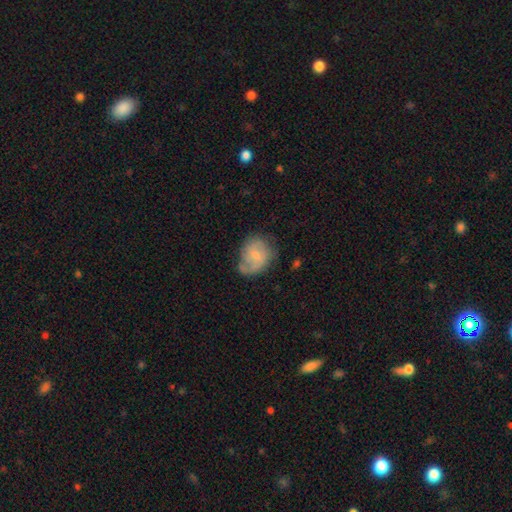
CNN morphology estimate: Smooth or featured?
  - featured or disk: 47% *
  - smooth: 46%
  - star or artifact: 7%
Merging?
  - none: 49% *
  - minor disturbance: 32%
  - major disturbance: 16%
  - merger: 4%